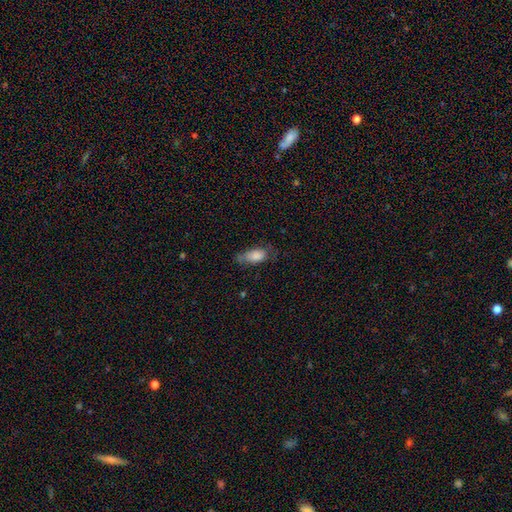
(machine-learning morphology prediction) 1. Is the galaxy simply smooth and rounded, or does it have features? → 79% smooth, 14% featured or disk, 8% star or artifact.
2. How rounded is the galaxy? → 88% in between, 8% cigar-shaped, 4% round.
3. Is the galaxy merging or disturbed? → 49% none, 33% minor disturbance, 15% major disturbance, 3% merger.